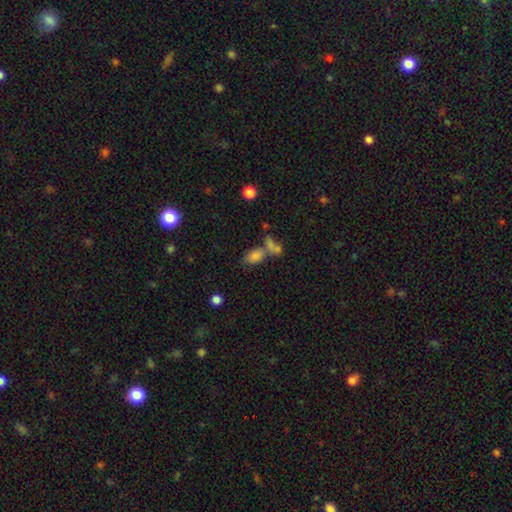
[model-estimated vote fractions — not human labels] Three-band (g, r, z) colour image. It shows a smooth galaxy with no disk features (73%) that is in between round and cigar-shaped (80%). Merging: none (42%).